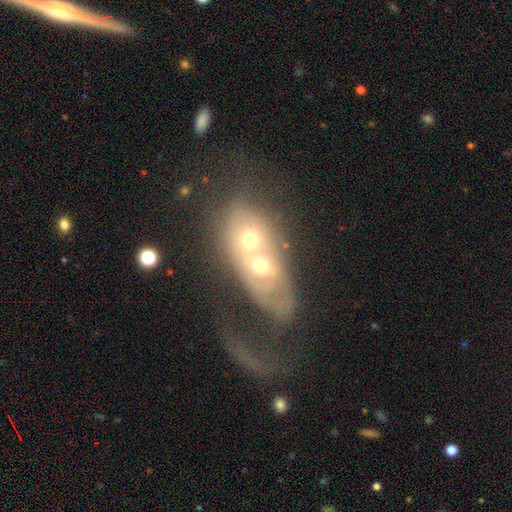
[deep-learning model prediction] Smooth or featured: featured or disk — 54% (smooth — 36%)
Edge-on disk: no — 91% (yes — 9%)
Merging: merger — 74% (major disturbance — 13%)